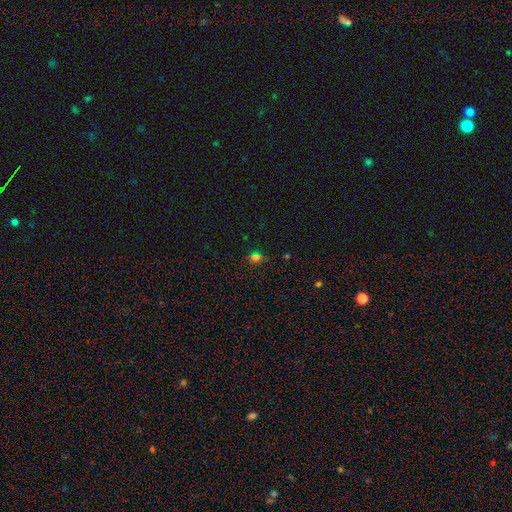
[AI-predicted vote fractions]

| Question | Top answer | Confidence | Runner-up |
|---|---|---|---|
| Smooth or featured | smooth | 55% | star or artifact (36%) |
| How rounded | round | 54% | in between (42%) |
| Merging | none | 77% | minor disturbance (13%) |